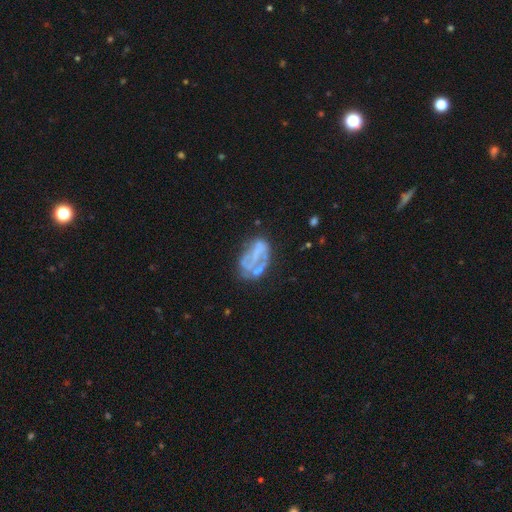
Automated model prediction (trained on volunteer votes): This is likely a featured or disk galaxy (61%). It is clearly not viewed edge-on (96%). Bar: likely no (75%). Spiral arm pattern: likely no (77%). Central bulge: likely none (73%). Merging: marginally none (41%).